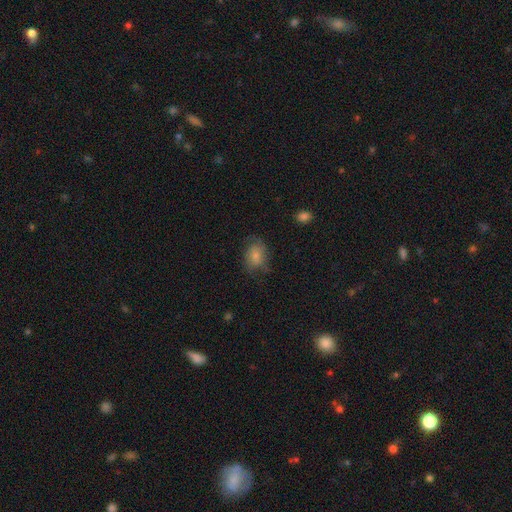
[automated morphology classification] This appears to be a smooth galaxy with no disk features (73%) that is in between round and cigar-shaped (67%). Merging: none (59%).